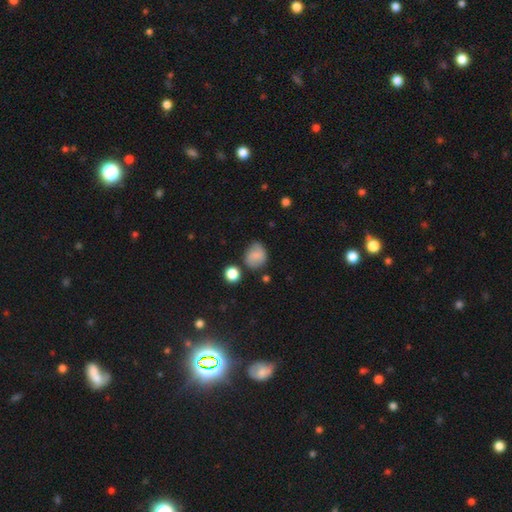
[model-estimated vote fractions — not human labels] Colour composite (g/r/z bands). It shows a smooth galaxy with no disk features (78%) that is round (64%). Merging: none (70%).